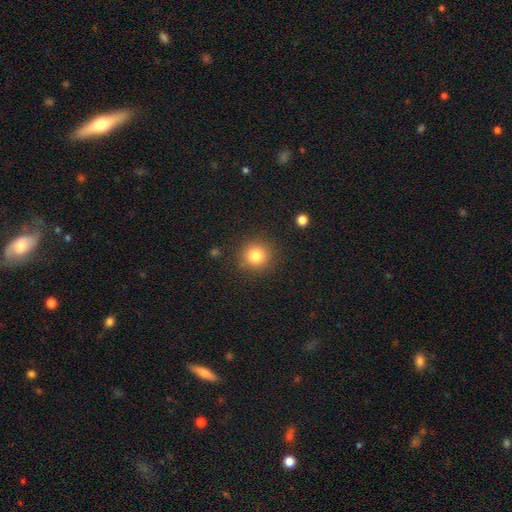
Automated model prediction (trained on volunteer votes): This appears to be a smooth galaxy with no disk features (81%) that is round (92%). Merging: none (87%).